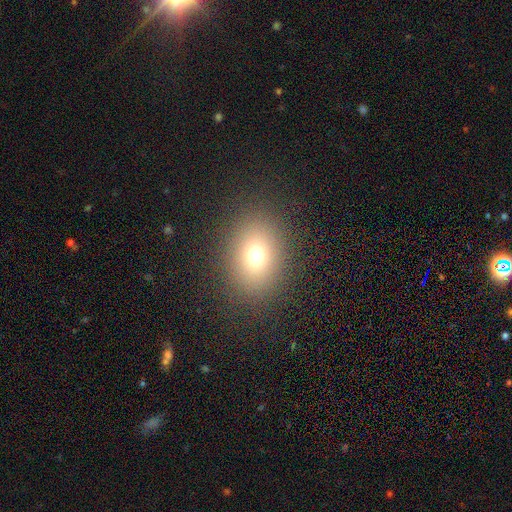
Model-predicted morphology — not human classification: type=smooth (72%); roundness=in between (54%); merging=none (87%).